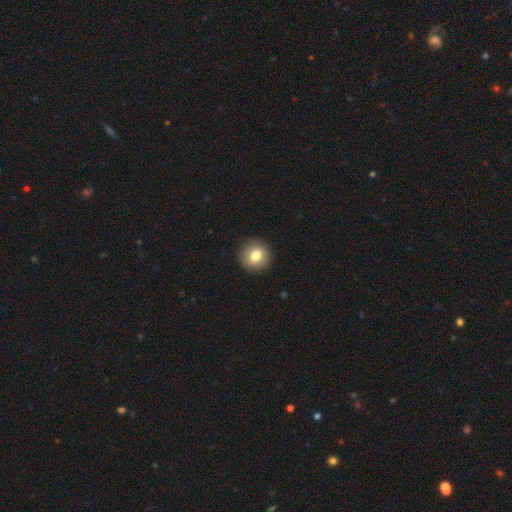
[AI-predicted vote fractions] Smooth or featured: smooth — 76% (featured or disk — 16%)
How rounded: round — 86% (in between — 13%)
Merging: none — 91% (minor disturbance — 6%)